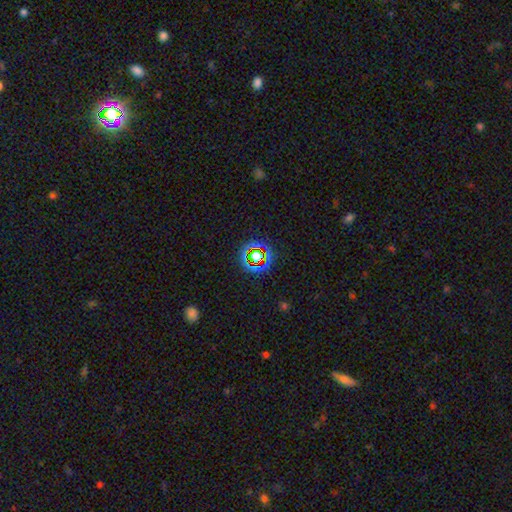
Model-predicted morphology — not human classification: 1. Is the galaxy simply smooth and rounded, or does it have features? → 66% star or artifact, 21% smooth, 13% featured or disk.